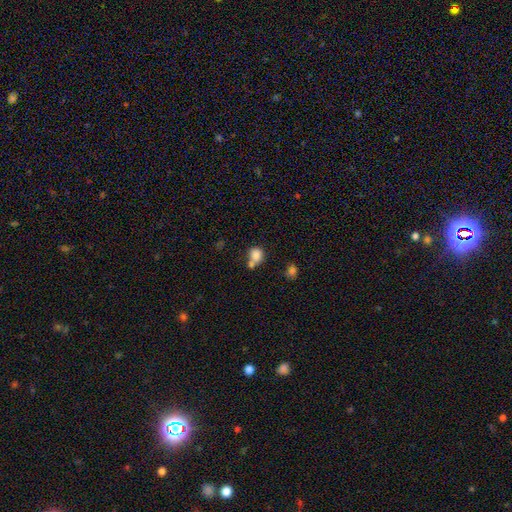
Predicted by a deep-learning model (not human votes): This appears to be a smooth galaxy with no disk features (81%) that is round (68%). Merging: merger (47%).